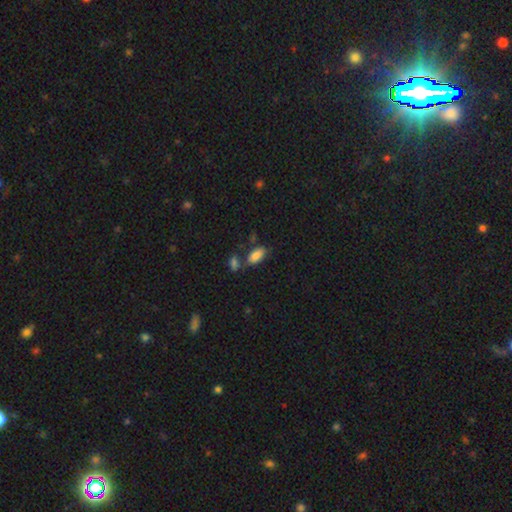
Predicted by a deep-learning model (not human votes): Smooth or featured? smooth (86%)
How rounded? in between (91%)
Merging? none (62%)